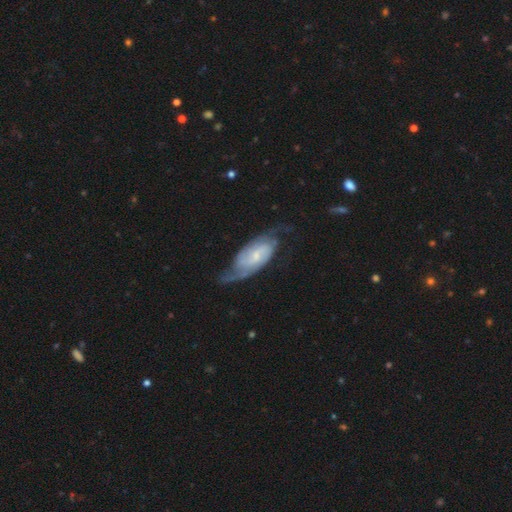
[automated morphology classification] Smooth or featured?
  - featured or disk: 80% *
  - smooth: 14%
  - star or artifact: 6%
Edge-on disk?
  - no: 94% *
  - yes: 6%
Bar?
  - weak: 45% *
  - no: 42%
  - strong: 13%
Spiral arms?
  - yes: 94% *
  - no: 6%
Spiral winding?
  - medium: 44% *
  - tight: 30%
  - loose: 26%
Spiral arm count?
  - 2: 76% *
  - can't tell: 12%
  - 3: 4%
  - 1: 3%
  - 4: 2%
  - more than 4: 2%
Bulge size?
  - small: 63% *
  - moderate: 25%
  - none: 8%
  - large: 3%
  - dominant: 1%
Merging?
  - none: 59% *
  - minor disturbance: 22%
  - major disturbance: 17%
  - merger: 2%